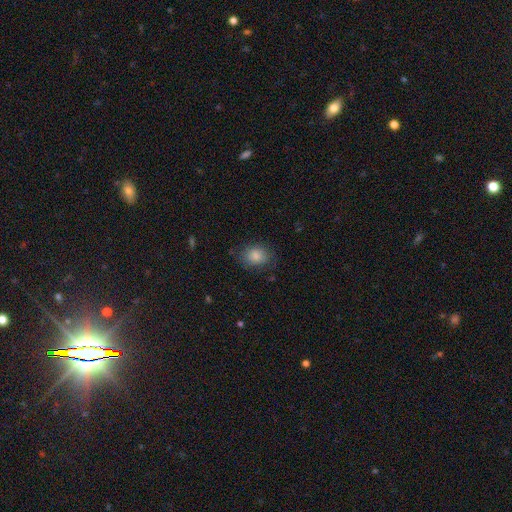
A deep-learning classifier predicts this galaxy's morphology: This appears to be a smooth galaxy with no disk features (84%) that is in between round and cigar-shaped (52%). Merging: none (77%).